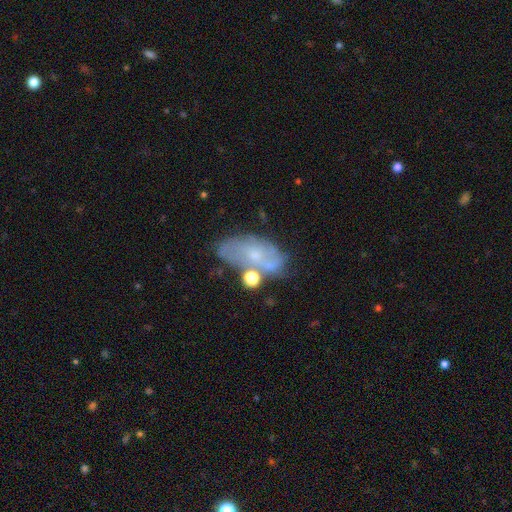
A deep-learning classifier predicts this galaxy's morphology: Smooth or featured: featured or disk — 57% (smooth — 33%)
Edge-on disk: no — 93% (yes — 7%)
Bar: no — 71% (weak — 24%)
Spiral arms: yes — 60% (no — 40%)
Bulge size: small — 60% (moderate — 25%)
Merging: none — 50% (minor disturbance — 23%)